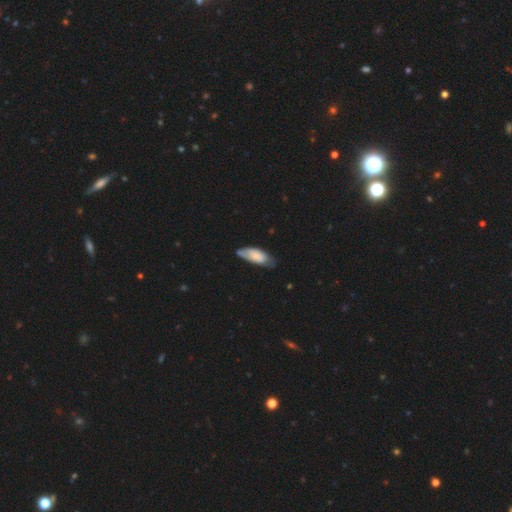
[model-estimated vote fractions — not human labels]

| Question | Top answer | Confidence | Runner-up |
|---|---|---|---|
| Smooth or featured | smooth | 72% | featured or disk (22%) |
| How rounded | in between | 74% | cigar-shaped (24%) |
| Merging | none | 54% | minor disturbance (36%) |